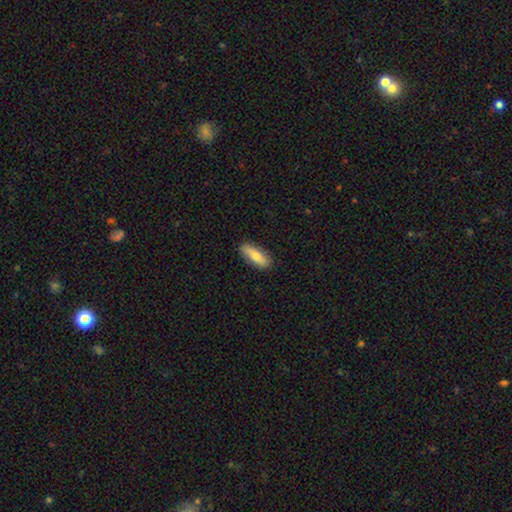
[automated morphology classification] Smooth or featured? smooth (73%)
How rounded? in between (57%)
Merging? none (87%)